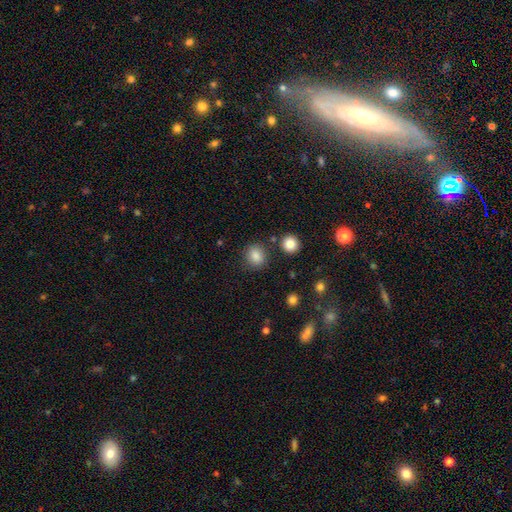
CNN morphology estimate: Smooth or featured: smooth — 85% (star or artifact — 10%)
How rounded: round — 74% (in between — 25%)
Merging: none — 83% (minor disturbance — 9%)